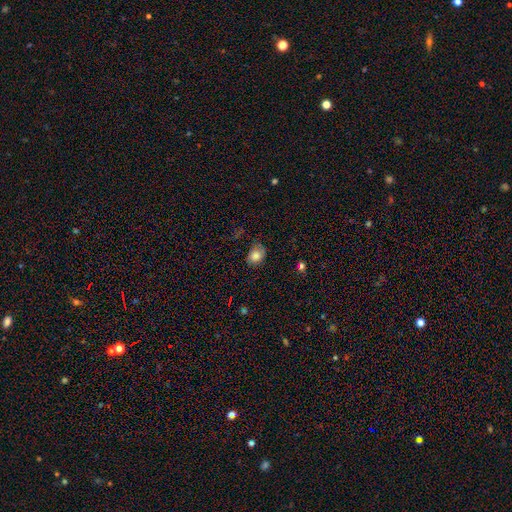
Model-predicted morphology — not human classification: type=smooth (81%); roundness=in between (58%); merging=none (62%).